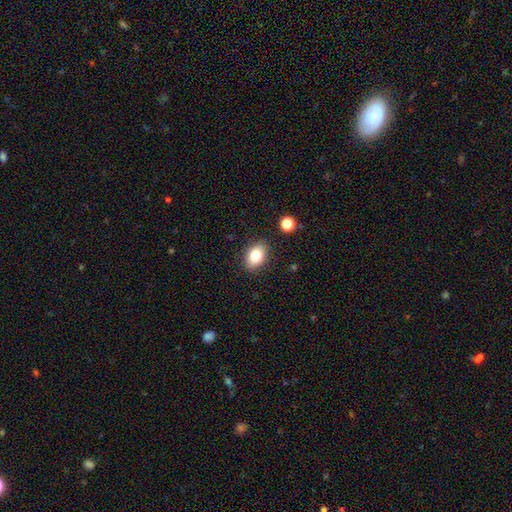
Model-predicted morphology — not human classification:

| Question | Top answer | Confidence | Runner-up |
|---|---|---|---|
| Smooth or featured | smooth | 81% | featured or disk (10%) |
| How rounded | in between | 82% | round (16%) |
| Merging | none | 86% | minor disturbance (10%) |